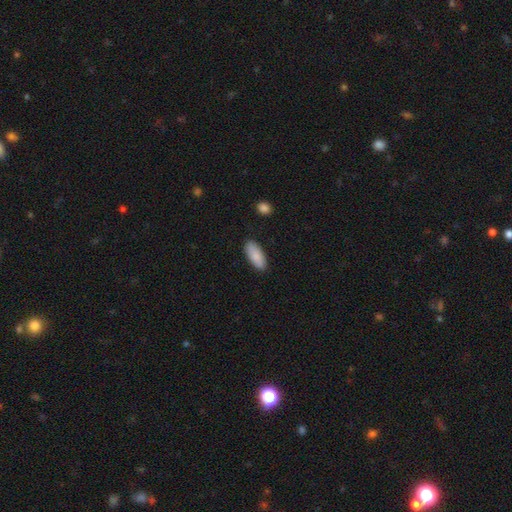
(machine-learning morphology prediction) Q: Smooth or featured?
A: smooth (89%); runner-up: star or artifact (6%)
Q: How rounded?
A: in between (83%); runner-up: cigar-shaped (15%)
Q: Merging?
A: none (87%); runner-up: minor disturbance (10%)